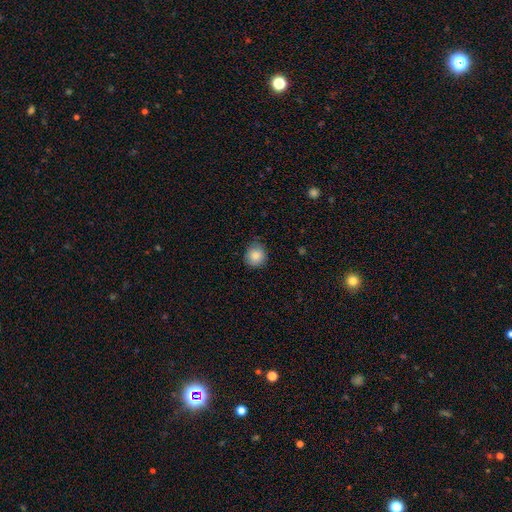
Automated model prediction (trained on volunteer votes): The model was most divided on "merging": none: 77%, minor disturbance: 19%, major disturbance: 3%, merger: 1%. More confident: smooth or featured — smooth (86%); how rounded — round (84%).